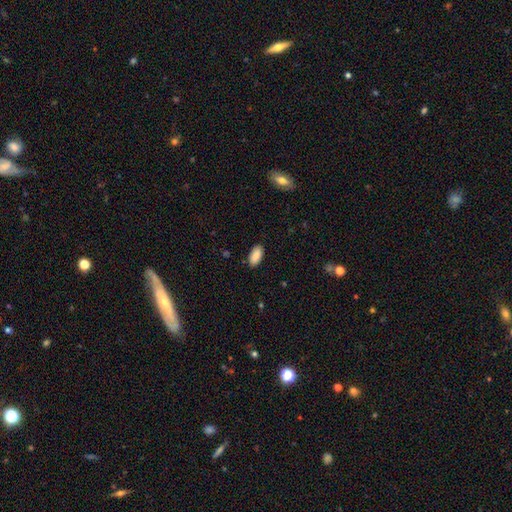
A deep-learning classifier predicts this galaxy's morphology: A smooth galaxy with no disk features (89%) that is in between round and cigar-shaped (93%).

Vote fractions:
- Smooth or featured? smooth: 89% / star or artifact: 7% / featured or disk: 5%
- How rounded? in between: 93% / cigar-shaped: 5% / round: 2%
- Merging? none: 87% / minor disturbance: 10% / major disturbance: 2% / merger: 1%